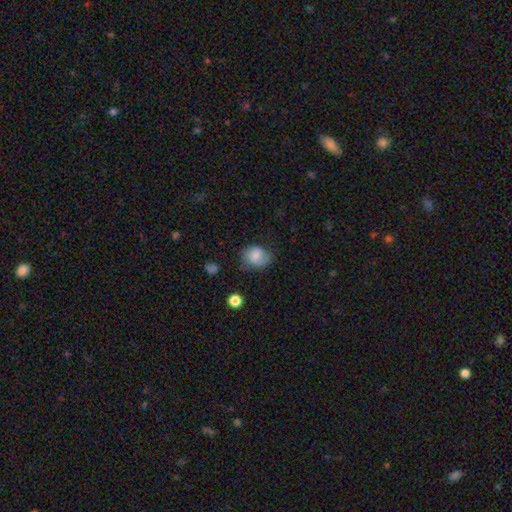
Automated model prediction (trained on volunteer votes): The model was most divided on "how rounded": round: 50%, in between: 49%, cigar-shaped: 1%. More confident: smooth or featured — smooth (75%); merging — none (59%).